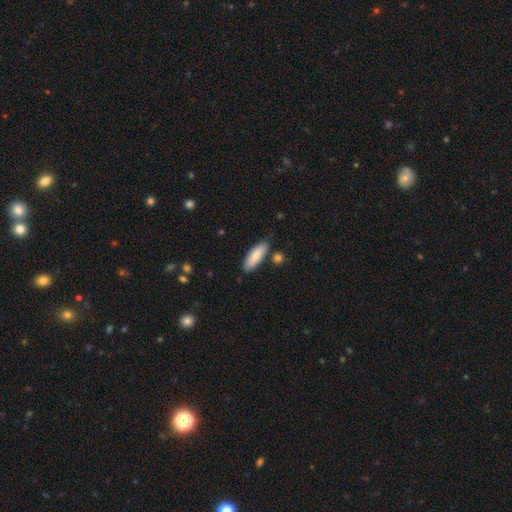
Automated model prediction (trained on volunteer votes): This appears to be a smooth galaxy with no disk features (83%) that is in between round and cigar-shaped (60%). Merging: none (79%).